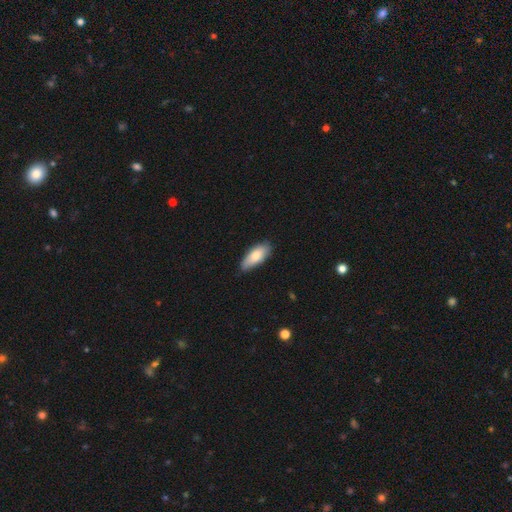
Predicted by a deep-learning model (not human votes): smooth-or-featured: smooth: 78% | featured or disk: 16% | star or artifact: 6%
  how-rounded: in between: 81% | cigar-shaped: 17% | round: 2%
  merging: none: 78% | minor disturbance: 19% | major disturbance: 3% | merger: 1%